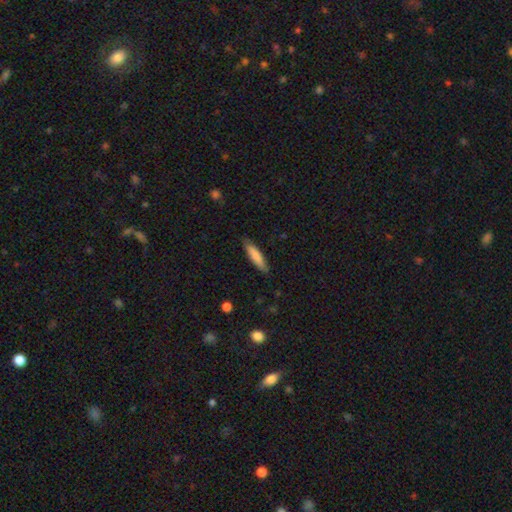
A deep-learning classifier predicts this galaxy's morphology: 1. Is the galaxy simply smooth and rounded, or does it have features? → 82% smooth, 13% featured or disk, 6% star or artifact.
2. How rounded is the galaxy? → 77% cigar-shaped, 22% in between, 1% round.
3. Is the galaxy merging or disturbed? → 84% none, 13% minor disturbance, 2% major disturbance, 1% merger.